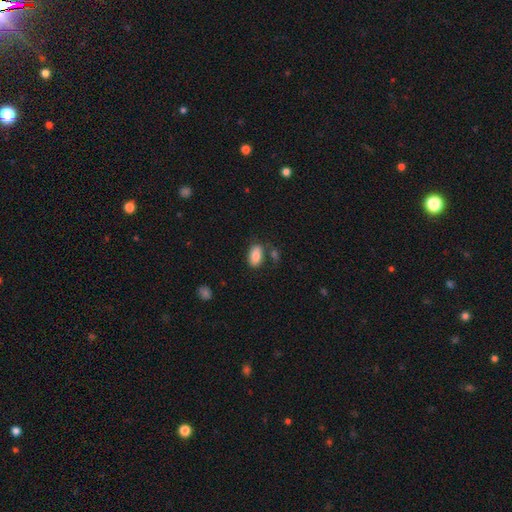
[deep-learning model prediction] A smooth galaxy with no disk features (83%) that is in between round and cigar-shaped (92%). Merging: none (70%).